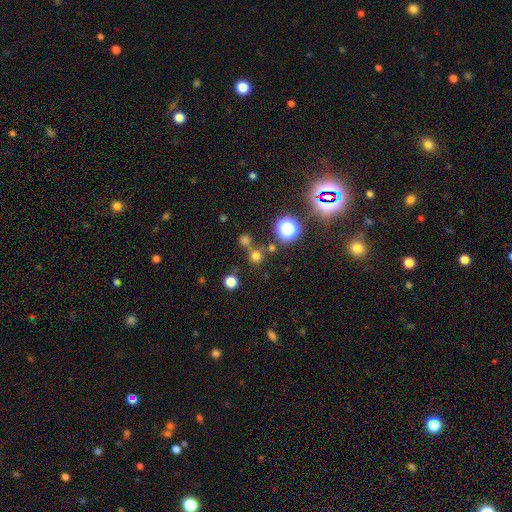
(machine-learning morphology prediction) Smooth or featured? Predicted: smooth (p=0.66). How rounded? Predicted: round (p=0.92). Merging? Predicted: none (p=0.70).